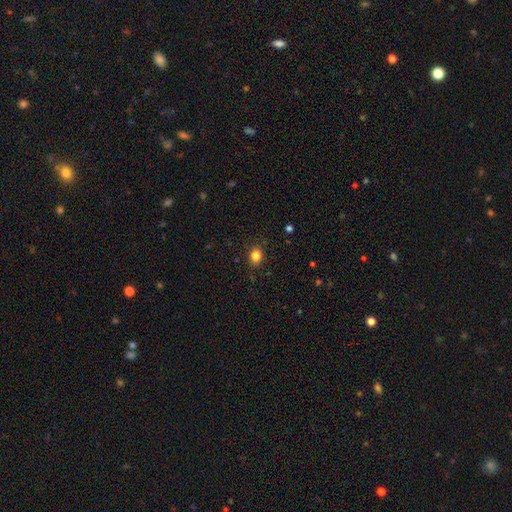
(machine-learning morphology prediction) smooth_or_featured: smooth (p=0.84) [alt: star or artifact p=0.11]
how_rounded: round (p=0.55) [alt: in between p=0.44]
merging: none (p=0.87) [alt: minor disturbance p=0.09]